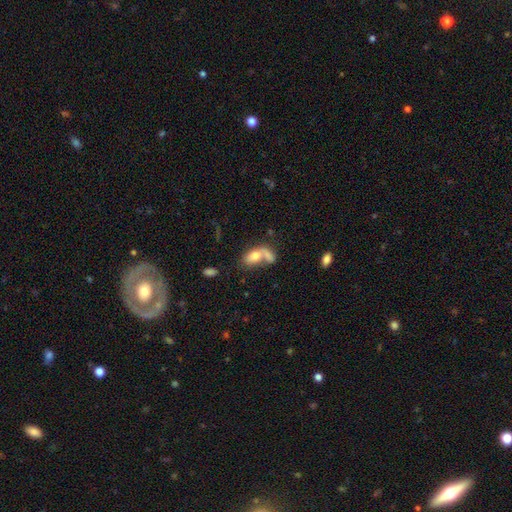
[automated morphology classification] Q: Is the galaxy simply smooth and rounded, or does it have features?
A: smooth — 73%.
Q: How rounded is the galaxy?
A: in between — 86%.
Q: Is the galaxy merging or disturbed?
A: merger — 58%.